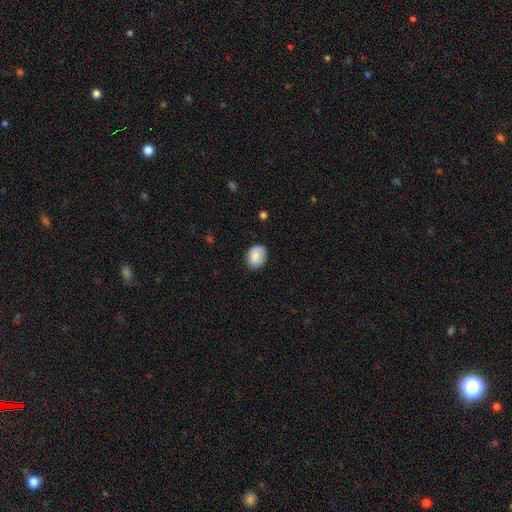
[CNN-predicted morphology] Smooth or featured?
  - smooth: 83% *
  - featured or disk: 10%
  - star or artifact: 7%
How rounded?
  - in between: 57% *
  - round: 42%
  - cigar-shaped: 1%
Merging?
  - none: 77% *
  - minor disturbance: 19%
  - major disturbance: 3%
  - merger: 1%